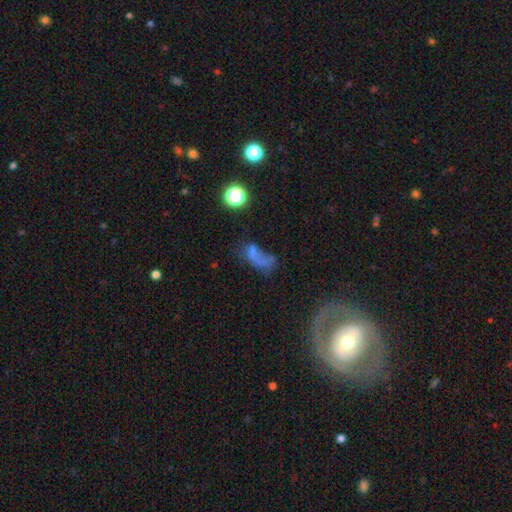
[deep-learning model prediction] Morphology: type=smooth (44%); merging=major disturbance (37%).